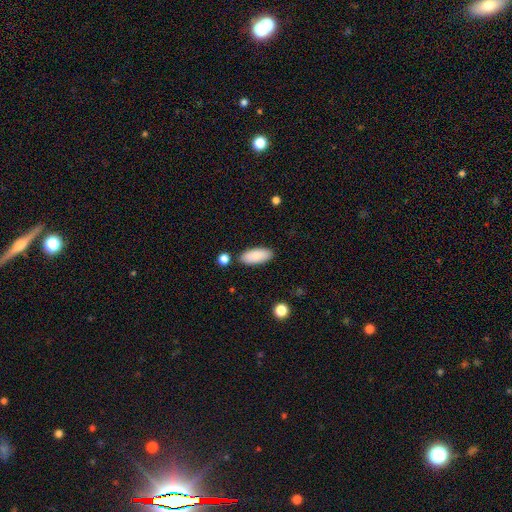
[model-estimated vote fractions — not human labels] A smooth galaxy with no disk features (88%) that is in between round and cigar-shaped (84%). Merging: none (85%).